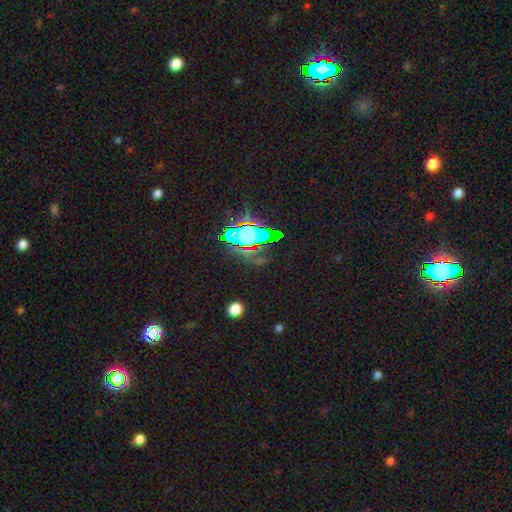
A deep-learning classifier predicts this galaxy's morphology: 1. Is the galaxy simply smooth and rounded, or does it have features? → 74% star or artifact, 15% smooth, 11% featured or disk.